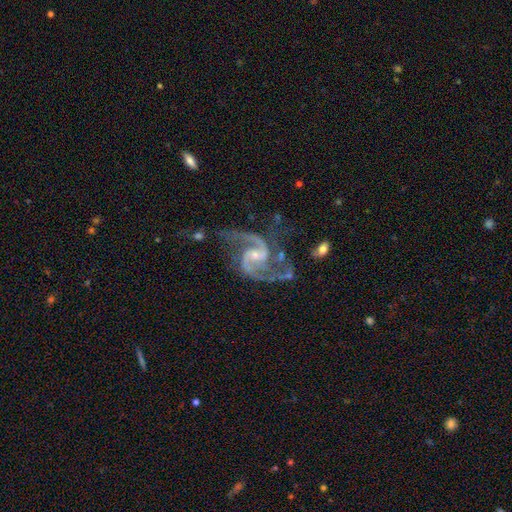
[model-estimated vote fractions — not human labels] A featured or disk galaxy (93%) with a weak bar (44%), 2 (89%) medium (56%) spiral arms (98%) and a small central bulge (67%).

Vote fractions:
- Smooth or featured? featured or disk: 93% / star or artifact: 5% / smooth: 2%
- Edge-on disk? no: 98% / yes: 2%
- Bar? weak: 44% / no: 39% / strong: 17%
- Spiral arms? yes: 98% / no: 2%
- Spiral winding? medium: 56% / loose: 34% / tight: 10%
- Spiral arm count? 2: 89% / 3: 4% / can't tell: 2% / 1: 2% / 4: 2% / more than 4: 2%
- Bulge size? small: 67% / moderate: 27% / none: 4% / large: 1% / dominant: 1%
- Merging? none: 48% / minor disturbance: 22% / major disturbance: 21% / merger: 8%